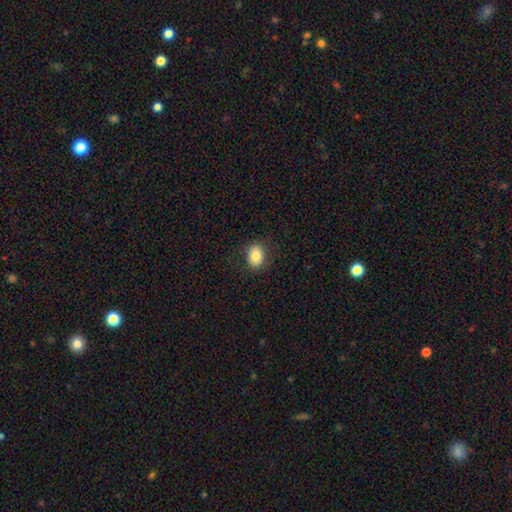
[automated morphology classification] A smooth galaxy with no disk features (82%) that is in between round and cigar-shaped (70%). Merging: none (86%).